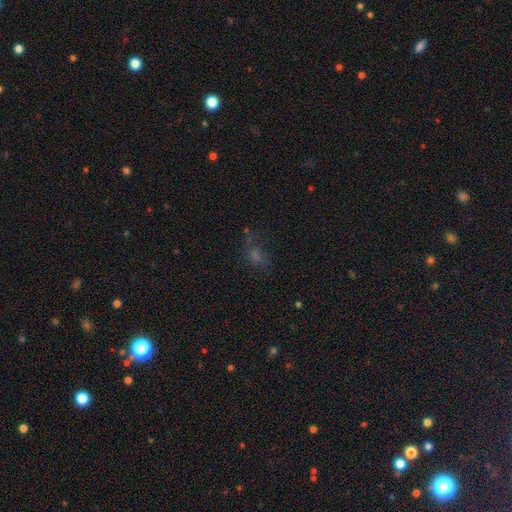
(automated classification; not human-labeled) Overall: smooth (42%; star or artifact 36%). Merging: none (53%; major disturbance 23%).